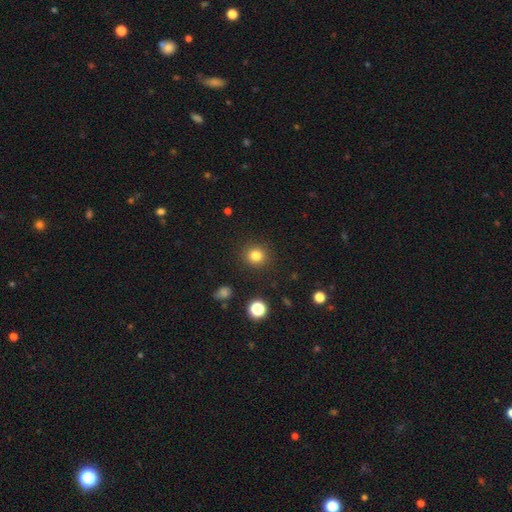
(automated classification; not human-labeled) The model was most divided on "smooth or featured": smooth: 82%, star or artifact: 13%, featured or disk: 5%. More confident: how rounded — round (90%); merging — none (90%).